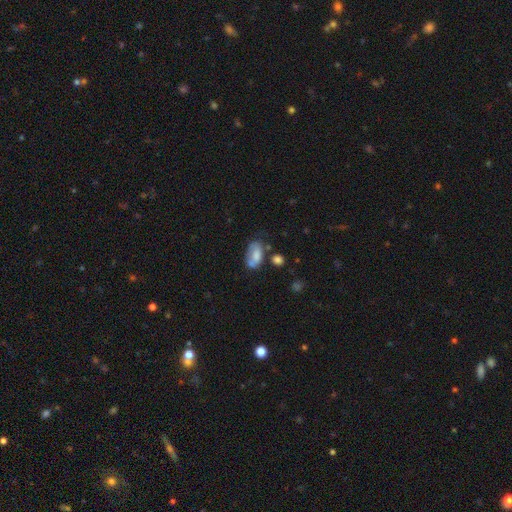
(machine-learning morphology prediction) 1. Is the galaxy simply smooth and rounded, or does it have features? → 68% smooth, 23% featured or disk, 9% star or artifact.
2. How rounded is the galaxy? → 90% in between, 7% round, 3% cigar-shaped.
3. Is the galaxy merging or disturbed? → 38% none, 29% minor disturbance, 17% major disturbance, 16% merger.